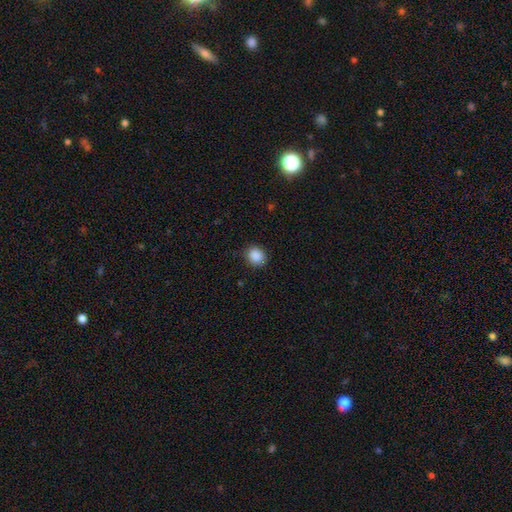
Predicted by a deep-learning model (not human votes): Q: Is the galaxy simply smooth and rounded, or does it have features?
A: smooth — 89%.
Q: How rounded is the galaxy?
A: round — 61%.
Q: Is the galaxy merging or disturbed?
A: none — 86%.